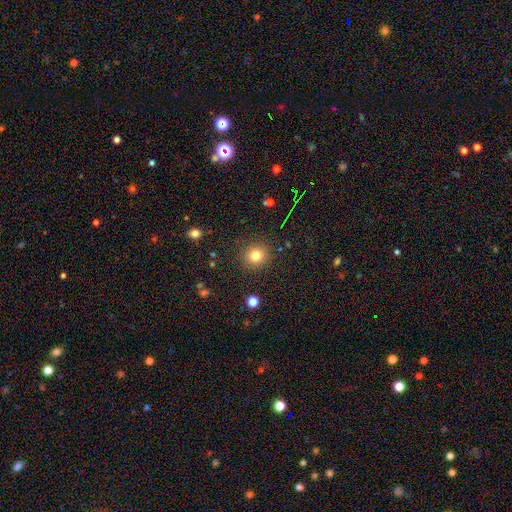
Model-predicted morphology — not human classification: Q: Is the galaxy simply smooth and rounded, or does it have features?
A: smooth — 79%.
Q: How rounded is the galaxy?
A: round — 91%.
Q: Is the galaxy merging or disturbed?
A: none — 89%.